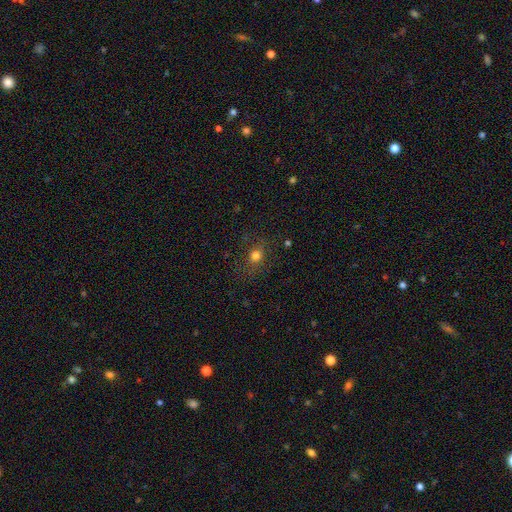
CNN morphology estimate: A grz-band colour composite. It shows a smooth galaxy with no disk features (72%) that is round (67%). Merging: none (80%).